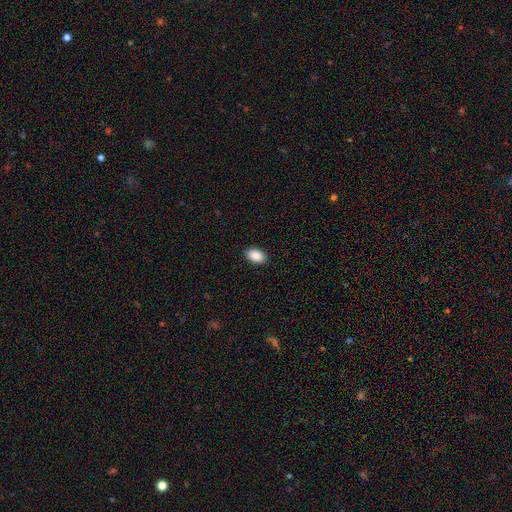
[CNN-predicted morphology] A smooth galaxy with no disk features (90%) that is in between round and cigar-shaped (91%). Merging: none (90%).